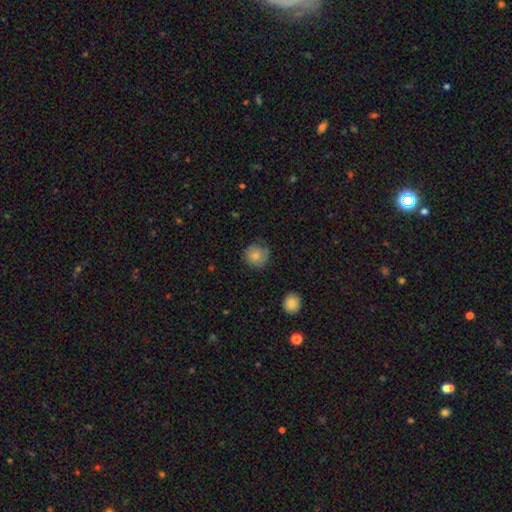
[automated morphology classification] smooth-or-featured: smooth: 76% | featured or disk: 16% | star or artifact: 8%
  how-rounded: round: 91% | in between: 8% | cigar-shaped: 1%
  merging: none: 71% | minor disturbance: 22% | major disturbance: 7% | merger: 1%